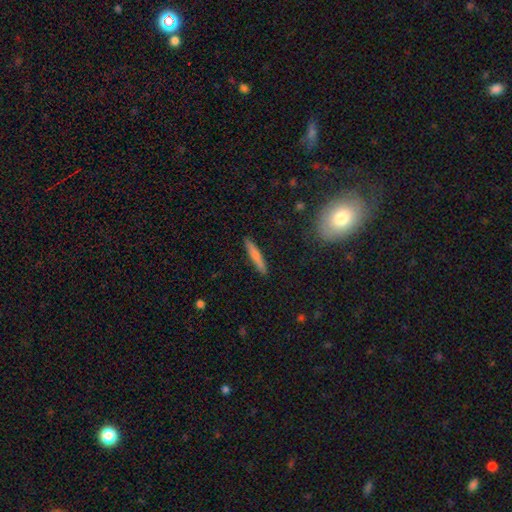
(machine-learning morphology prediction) smooth-or-featured: smooth: 73% | featured or disk: 21% | star or artifact: 6%
  how-rounded: cigar-shaped: 93% | in between: 5% | round: 2%
  merging: none: 89% | minor disturbance: 8% | major disturbance: 2% | merger: 1%